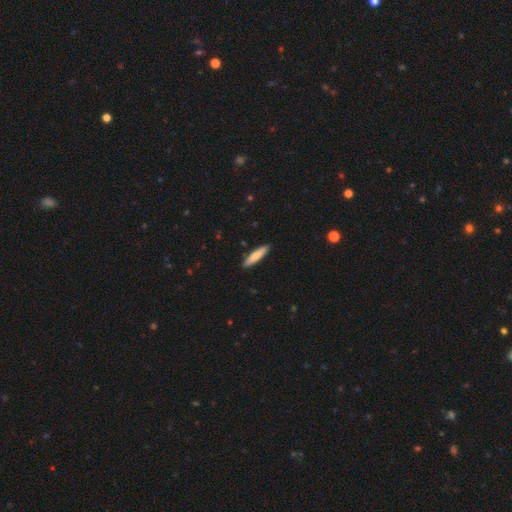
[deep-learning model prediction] Smooth or featured? smooth (75%)
How rounded? cigar-shaped (84%)
Merging? none (89%)